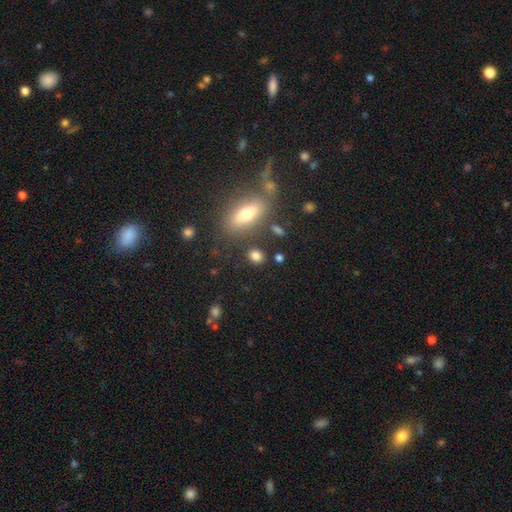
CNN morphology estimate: smooth_or_featured: smooth (p=0.81) [alt: star or artifact p=0.11]
how_rounded: in between (p=0.49) [alt: round p=0.46]
merging: none (p=0.79) [alt: minor disturbance p=0.10]